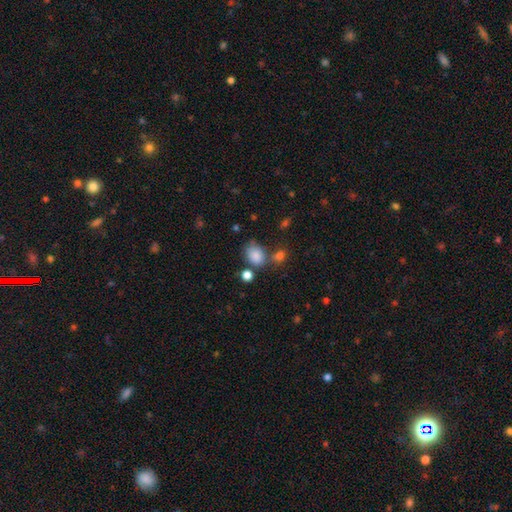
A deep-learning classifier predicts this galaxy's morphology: smooth-or-featured: smooth: 83% | star or artifact: 10% | featured or disk: 6%
  how-rounded: in between: 63% | round: 36% | cigar-shaped: 1%
  merging: none: 54% | minor disturbance: 21% | merger: 17% | major disturbance: 8%